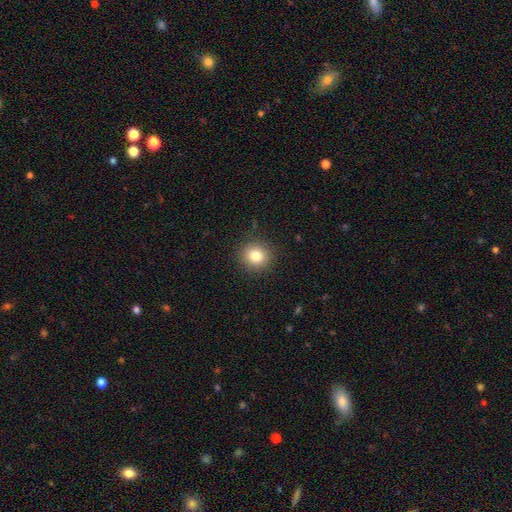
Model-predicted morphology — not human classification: This is clearly a smooth galaxy (82%). How rounded: clearly round (87%). Merging: clearly none (90%).